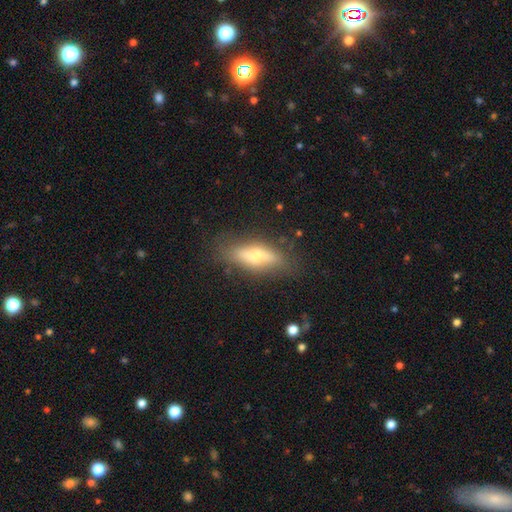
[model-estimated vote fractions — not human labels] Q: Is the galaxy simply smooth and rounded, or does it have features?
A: smooth — 54%.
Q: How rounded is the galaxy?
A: in between — 54%.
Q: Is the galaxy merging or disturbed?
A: none — 75%.